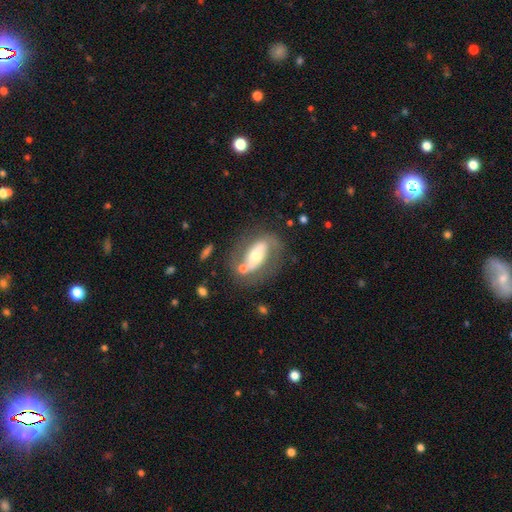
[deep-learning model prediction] A featured or disk galaxy (65%) with a strong bar (40%), spiral arms (60%) and a moderate central bulge (62%). Merging: none (65%).